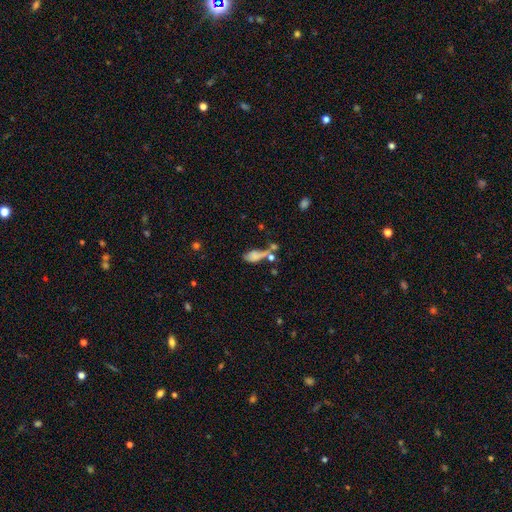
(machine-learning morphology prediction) smooth-or-featured: smooth: 66% | featured or disk: 22% | star or artifact: 13%
  how-rounded: in between: 72% | cigar-shaped: 21% | round: 7%
  merging: merger: 34% | none: 25% | major disturbance: 23% | minor disturbance: 18%